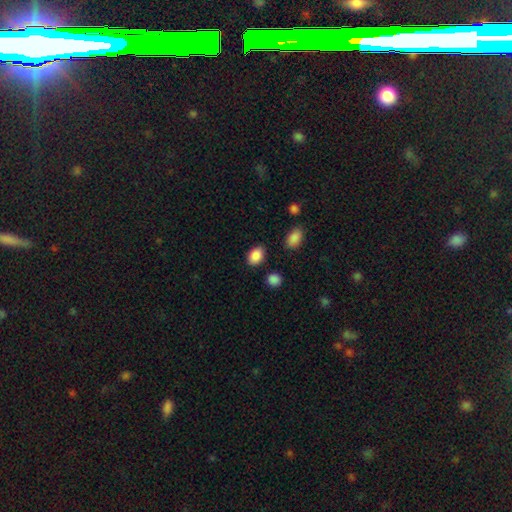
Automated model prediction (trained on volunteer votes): smooth-or-featured: smooth: 88% | star or artifact: 8% | featured or disk: 4%
  how-rounded: in between: 79% | round: 20% | cigar-shaped: 1%
  merging: none: 84% | minor disturbance: 10% | major disturbance: 3% | merger: 3%